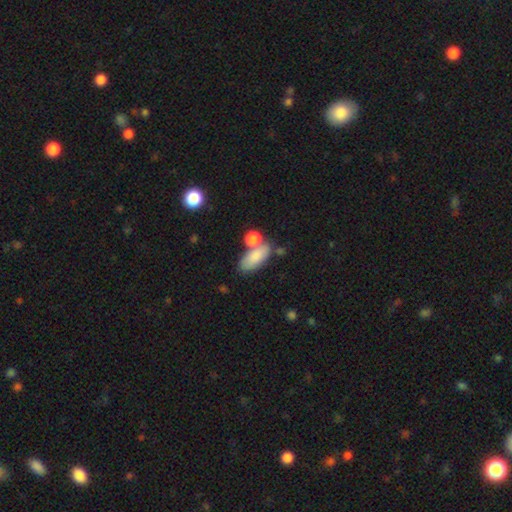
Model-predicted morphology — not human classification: This is clearly a smooth galaxy (82%). How rounded: clearly in between (83%). Merging: possibly none (53%).